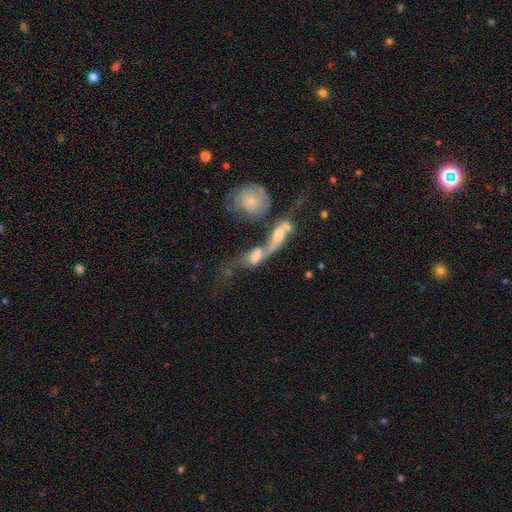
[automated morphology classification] A smooth galaxy with no disk features (45%).

Vote fractions:
- Smooth or featured? smooth: 45% / featured or disk: 43% / star or artifact: 11%
- Merging? merger: 68% / major disturbance: 13% / none: 12% / minor disturbance: 7%